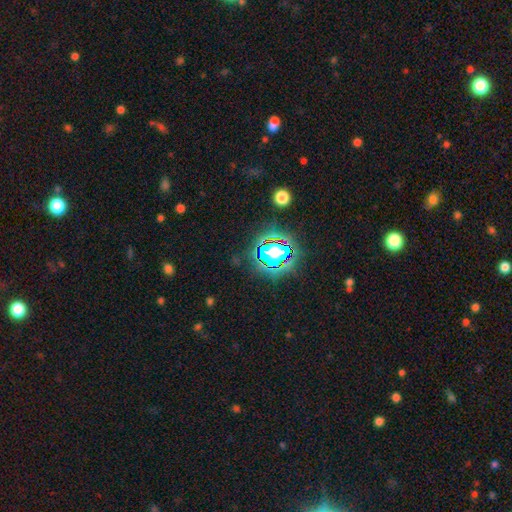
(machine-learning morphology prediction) Smooth or featured: star or artifact — 76% (smooth — 15%)